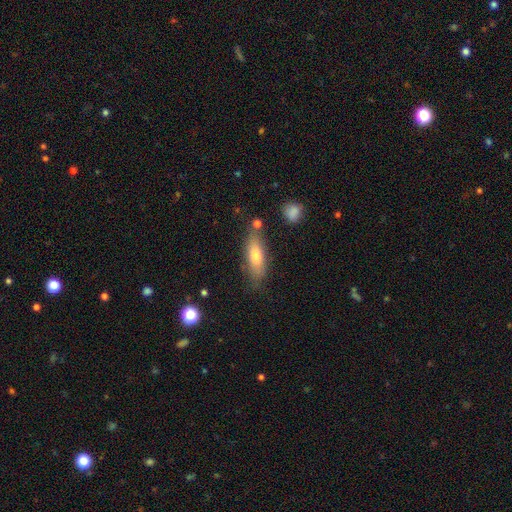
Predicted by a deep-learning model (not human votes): Smooth or featured? Predicted: smooth (p=0.70). How rounded? Predicted: in between (p=0.57). Merging? Predicted: none (p=0.73).